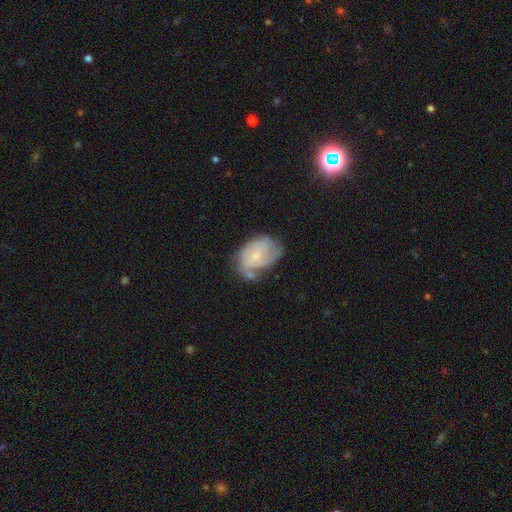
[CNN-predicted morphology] This is likely a featured or disk galaxy (66%). It is clearly not viewed edge-on (97%). Bar: likely no (65%). Spiral arm pattern: clearly yes (85%). Spiral arm count: marginally can't tell (36%). Spiral winding: possibly tight (49%). Central bulge: likely small (70%). Merging: possibly none (46%).